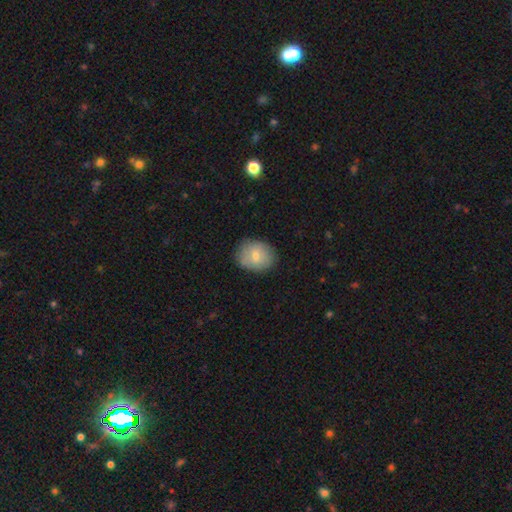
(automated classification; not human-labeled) smooth-or-featured: smooth: 74% | featured or disk: 19% | star or artifact: 8%
  how-rounded: round: 51% | in between: 48% | cigar-shaped: 1%
  merging: none: 82% | minor disturbance: 14% | major disturbance: 3% | merger: 1%